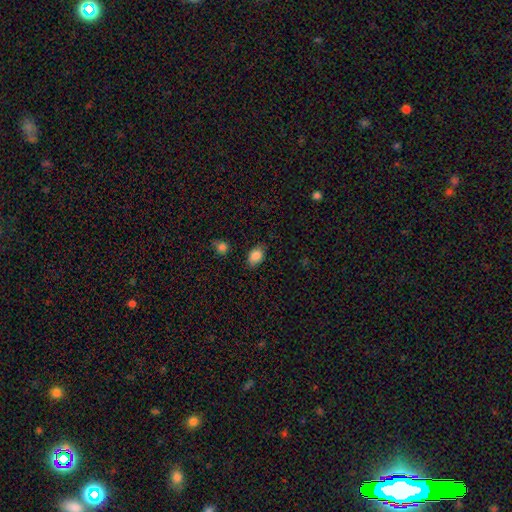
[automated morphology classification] This appears to be a smooth galaxy with no disk features (86%) that is in between round and cigar-shaped (82%). Merging: none (81%).